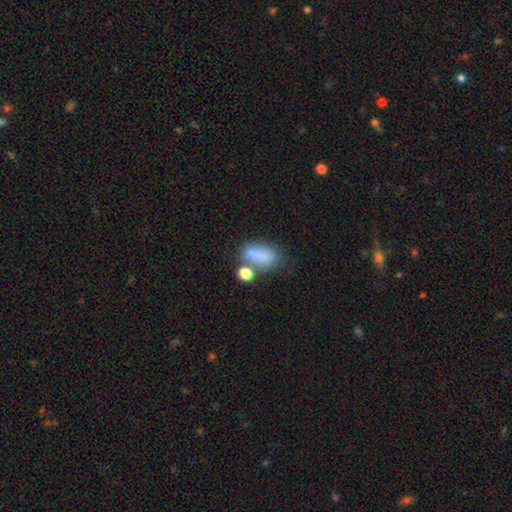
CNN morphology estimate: This appears to be a smooth galaxy with no disk features (76%) that is in between round and cigar-shaped (80%). Merging: none (43%).